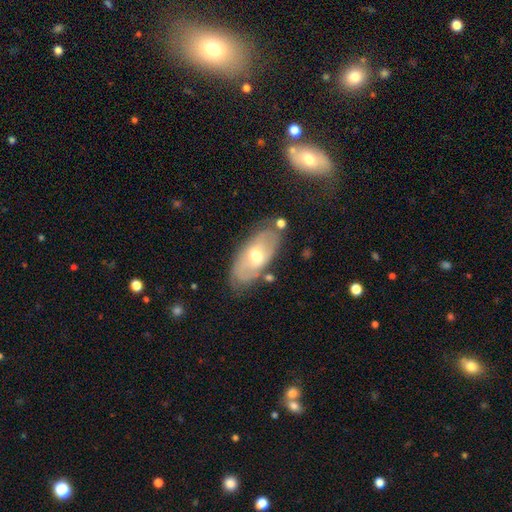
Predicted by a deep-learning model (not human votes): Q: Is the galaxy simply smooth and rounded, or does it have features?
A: featured or disk — 51%.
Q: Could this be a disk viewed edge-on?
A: no — 84%.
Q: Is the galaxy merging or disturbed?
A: none — 70%.